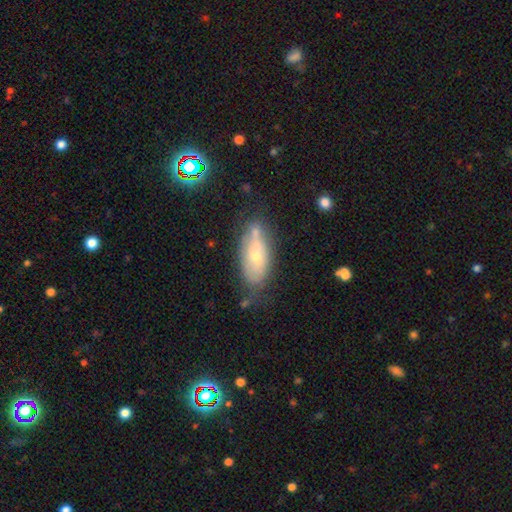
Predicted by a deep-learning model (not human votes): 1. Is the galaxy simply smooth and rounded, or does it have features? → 50% smooth, 41% featured or disk, 9% star or artifact.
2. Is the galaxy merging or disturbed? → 54% none, 24% minor disturbance, 14% merger, 7% major disturbance.